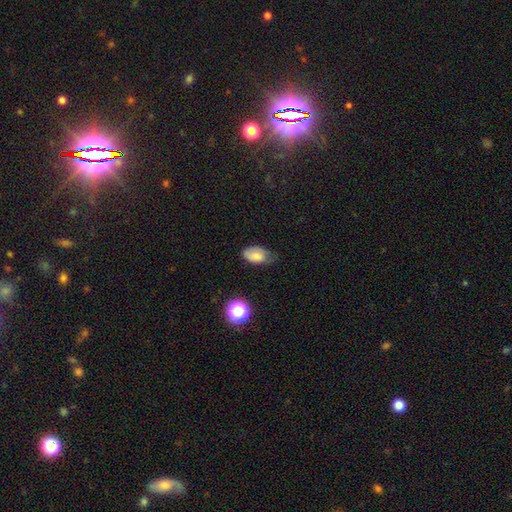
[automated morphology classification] Smooth or featured: smooth — 80% (featured or disk — 10%)
How rounded: in between — 89% (round — 9%)
Merging: none — 50% (minor disturbance — 39%)